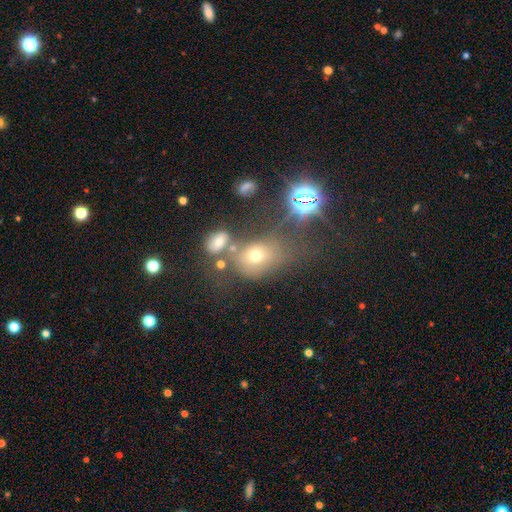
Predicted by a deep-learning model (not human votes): Smooth or featured: smooth — 57% (star or artifact — 24%)
How rounded: in between — 61% (round — 37%)
Merging: none — 44% (merger — 23%)